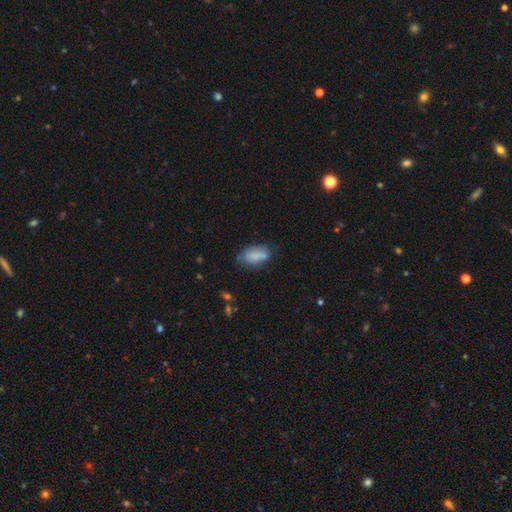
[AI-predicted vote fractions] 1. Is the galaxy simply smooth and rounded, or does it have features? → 80% smooth, 11% featured or disk, 8% star or artifact.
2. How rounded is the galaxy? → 89% in between, 7% cigar-shaped, 4% round.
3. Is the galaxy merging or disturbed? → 58% none, 27% minor disturbance, 8% major disturbance, 7% merger.